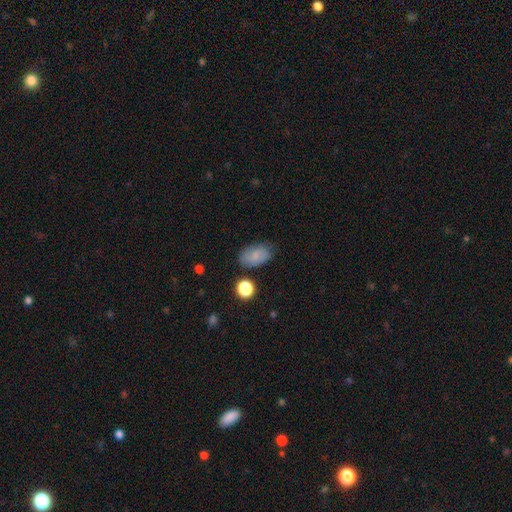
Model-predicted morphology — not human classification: Smooth or featured? Predicted: smooth (p=0.75). How rounded? Predicted: in between (p=0.89). Merging? Predicted: none (p=0.73).